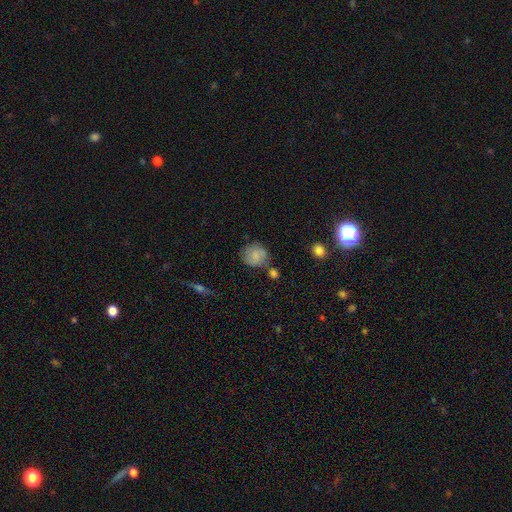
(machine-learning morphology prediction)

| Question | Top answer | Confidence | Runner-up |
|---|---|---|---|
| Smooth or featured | smooth | 65% | featured or disk (26%) |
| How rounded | round | 80% | in between (19%) |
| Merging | none | 61% | minor disturbance (21%) |